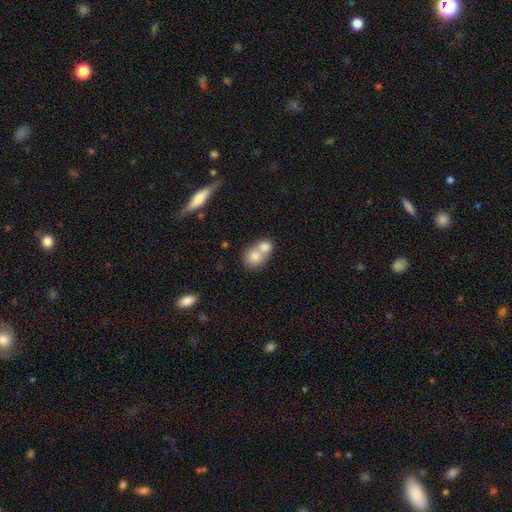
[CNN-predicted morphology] Smooth or featured: smooth — 76% (featured or disk — 16%)
How rounded: round — 66% (in between — 33%)
Merging: merger — 69% (none — 23%)